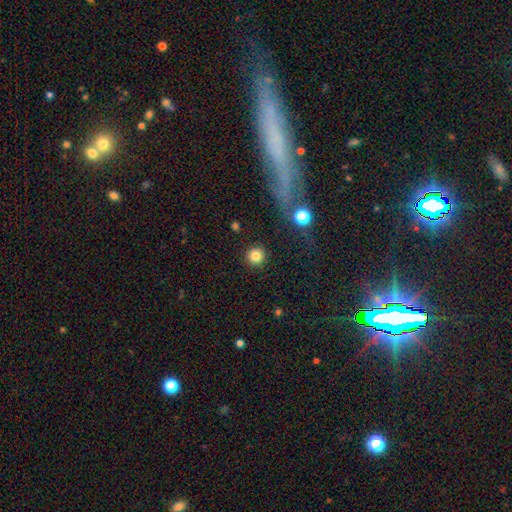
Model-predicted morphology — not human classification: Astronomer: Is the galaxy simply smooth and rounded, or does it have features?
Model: smooth — 83%.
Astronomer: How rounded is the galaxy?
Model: round — 95%.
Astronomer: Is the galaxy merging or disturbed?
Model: none — 91%.